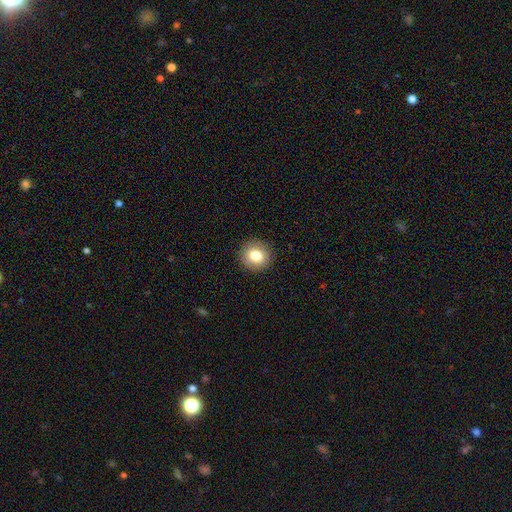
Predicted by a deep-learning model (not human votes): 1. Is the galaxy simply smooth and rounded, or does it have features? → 80% smooth, 10% featured or disk, 10% star or artifact.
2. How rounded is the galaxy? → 89% round, 10% in between, 1% cigar-shaped.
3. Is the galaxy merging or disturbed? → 91% none, 6% minor disturbance, 2% major disturbance, 1% merger.